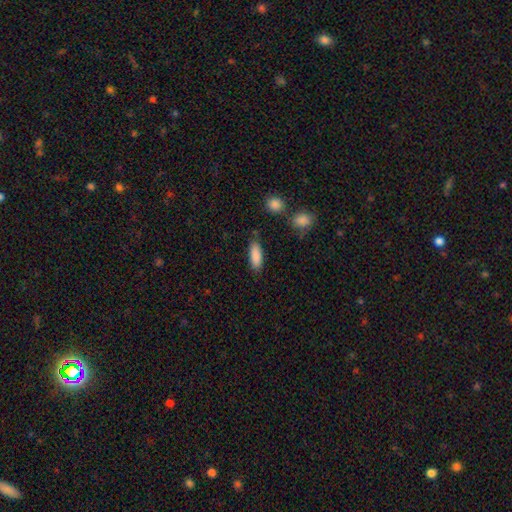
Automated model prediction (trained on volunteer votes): smooth_or_featured: smooth (p=0.88) [alt: star or artifact p=0.07]
how_rounded: in between (p=0.71) [alt: cigar-shaped p=0.27]
merging: none (p=0.80) [alt: minor disturbance p=0.14]